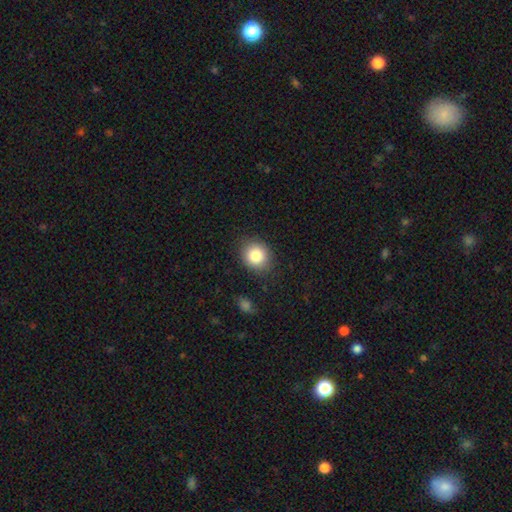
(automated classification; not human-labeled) A smooth galaxy with no disk features (84%) that is round (71%). Merging: none (86%).